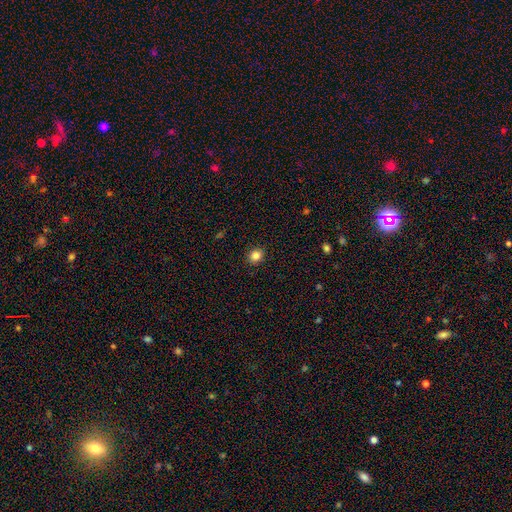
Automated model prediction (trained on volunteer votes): Q: Smooth or featured?
A: smooth (84%); runner-up: star or artifact (11%)
Q: How rounded?
A: round (77%); runner-up: in between (22%)
Q: Merging?
A: none (91%); runner-up: minor disturbance (6%)